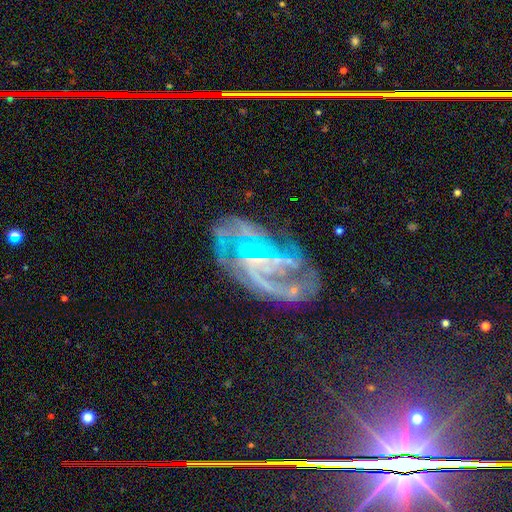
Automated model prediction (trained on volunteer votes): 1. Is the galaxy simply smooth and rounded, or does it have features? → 74% featured or disk, 16% star or artifact, 10% smooth.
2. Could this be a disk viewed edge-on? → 97% no, 3% yes.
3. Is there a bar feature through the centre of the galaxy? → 48% no, 31% weak, 20% strong.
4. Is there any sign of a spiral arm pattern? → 79% yes, 21% no.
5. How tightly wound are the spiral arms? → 42% medium, 31% tight, 27% loose.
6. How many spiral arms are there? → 44% 2, 21% can't tell, 12% 3, 10% 1, 7% 4, 6% more than 4.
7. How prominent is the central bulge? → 49% small, 30% none, 16% moderate, 3% large, 2% dominant.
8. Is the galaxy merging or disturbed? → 46% none, 27% major disturbance, 19% minor disturbance, 8% merger.